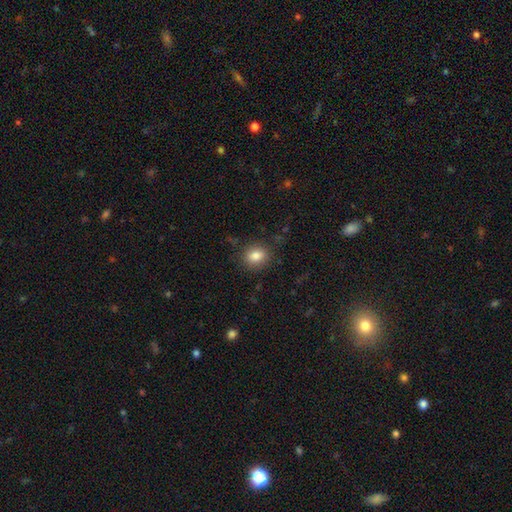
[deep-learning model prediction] Morphology: type=smooth (83%); roundness=round (64%); merging=none (85%).